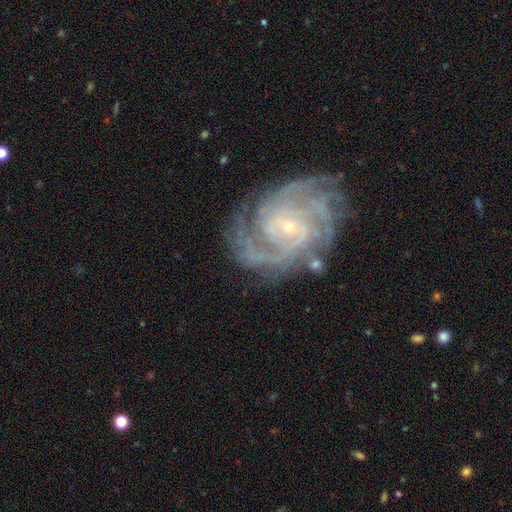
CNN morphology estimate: A featured or disk galaxy (90%) with no bar (68%), 4 (24%) tight (68%) spiral arms (98%) and a small central bulge (84%).

Vote fractions:
- Smooth or featured? featured or disk: 90% / star or artifact: 6% / smooth: 4%
- Edge-on disk? no: 97% / yes: 3%
- Bar? no: 68% / weak: 24% / strong: 9%
- Spiral arms? yes: 98% / no: 2%
- Spiral winding? tight: 68% / medium: 28% / loose: 4%
- Spiral arm count? 4: 24% / 3: 22% / can't tell: 18% / 2: 16% / more than 4: 12% / 1: 8%
- Bulge size? small: 84% / moderate: 12% / none: 2% / large: 1% / dominant: 1%
- Merging? none: 75% / minor disturbance: 16% / major disturbance: 7% / merger: 2%